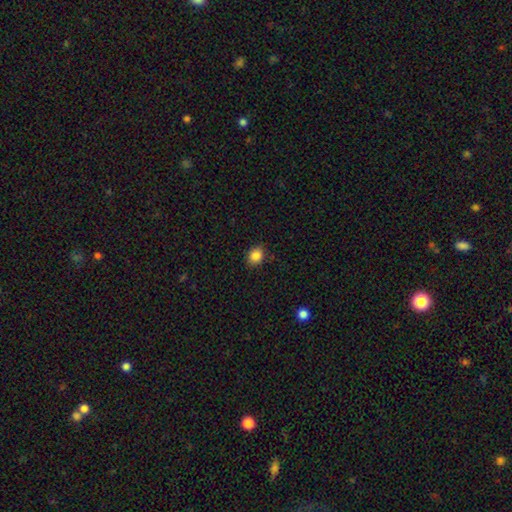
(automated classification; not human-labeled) This appears to be a smooth galaxy with no disk features (86%) that is round (51%). Merging: none (85%).